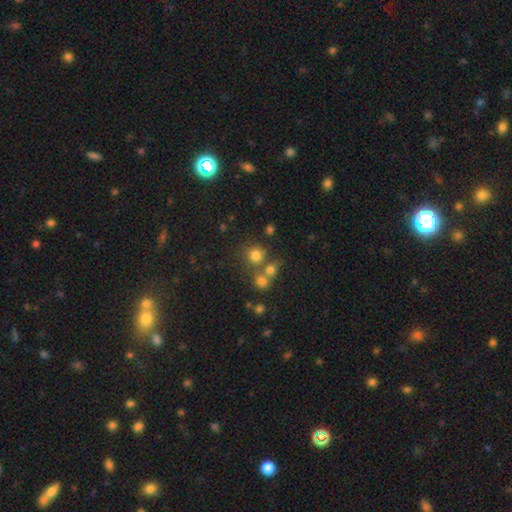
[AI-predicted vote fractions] Morphology: type=smooth (74%); roundness=round (89%); merging=none (62%).